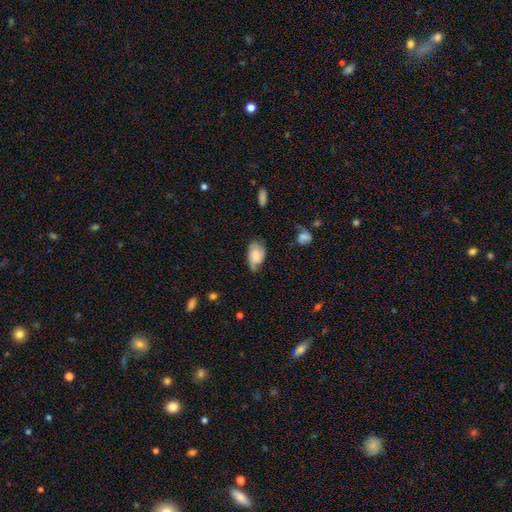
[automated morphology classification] Smooth or featured?
  - smooth: 51% *
  - featured or disk: 40%
  - star or artifact: 9%
How rounded?
  - in between: 89% *
  - round: 9%
  - cigar-shaped: 2%
Merging?
  - none: 49% *
  - minor disturbance: 34%
  - major disturbance: 14%
  - merger: 3%